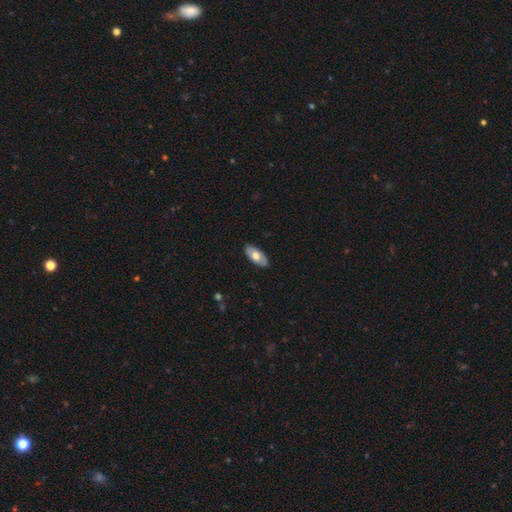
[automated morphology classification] This is likely a smooth galaxy (64%). How rounded: clearly in between (92%). Merging: clearly none (88%).